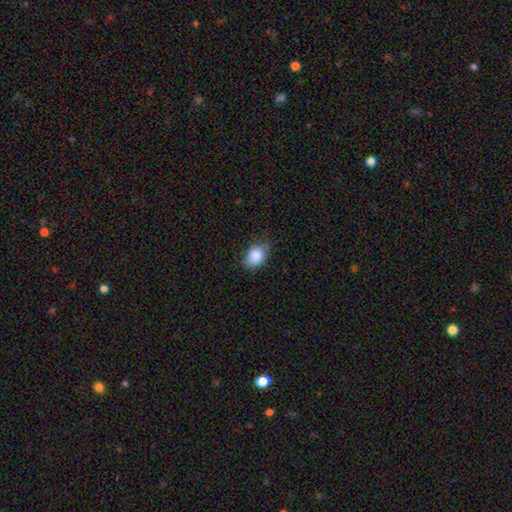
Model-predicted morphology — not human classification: The model was most divided on "merging": none: 71%, minor disturbance: 23%, major disturbance: 4%, merger: 1%. More confident: smooth or featured — smooth (87%); how rounded — in between (77%).